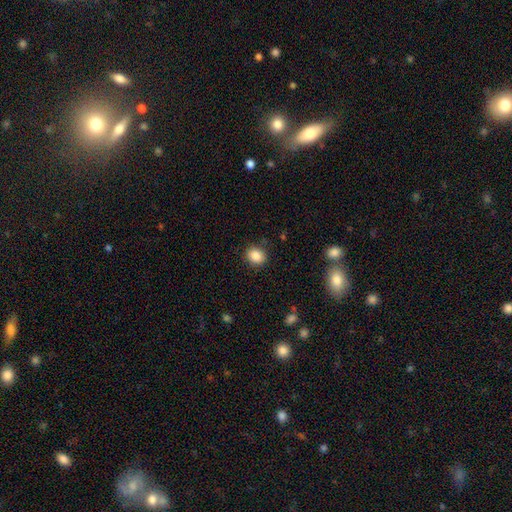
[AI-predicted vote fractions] A smooth galaxy with no disk features (86%) that is round (66%). Merging: none (86%).